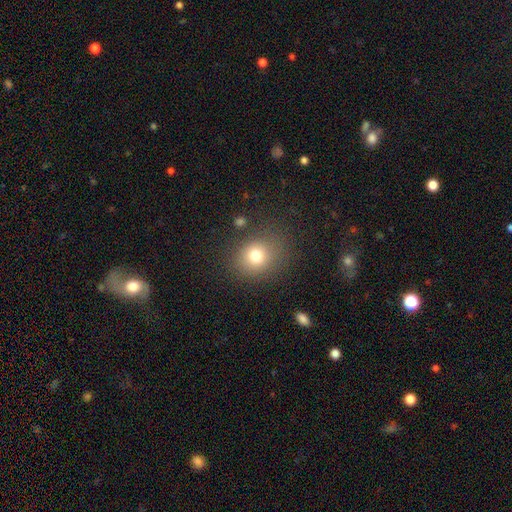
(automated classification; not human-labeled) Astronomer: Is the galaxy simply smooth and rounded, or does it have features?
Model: smooth — 76%.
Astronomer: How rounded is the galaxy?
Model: round — 68%.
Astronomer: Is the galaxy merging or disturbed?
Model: none — 76%.